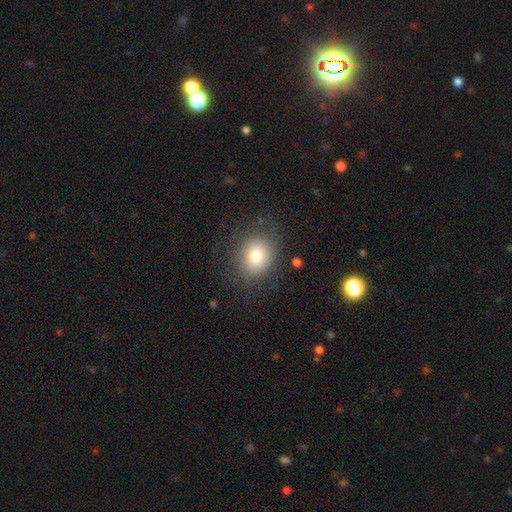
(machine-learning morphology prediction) Smooth or featured? Predicted: smooth (p=0.76). How rounded? Predicted: round (p=0.62). Merging? Predicted: none (p=0.76).